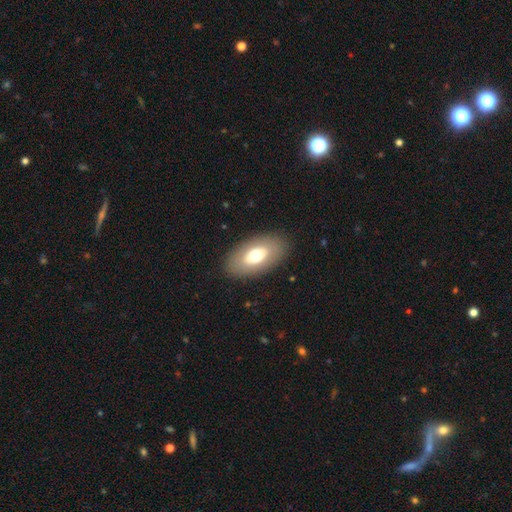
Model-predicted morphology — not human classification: This is likely a smooth galaxy (65%). How rounded: clearly in between (93%). Merging: clearly none (87%).